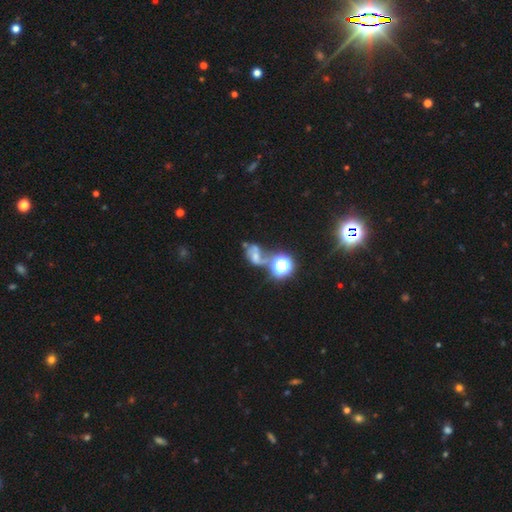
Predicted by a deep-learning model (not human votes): Q: Smooth or featured?
A: featured or disk (45%); runner-up: smooth (29%)
Q: Merging?
A: merger (37%); runner-up: none (25%)